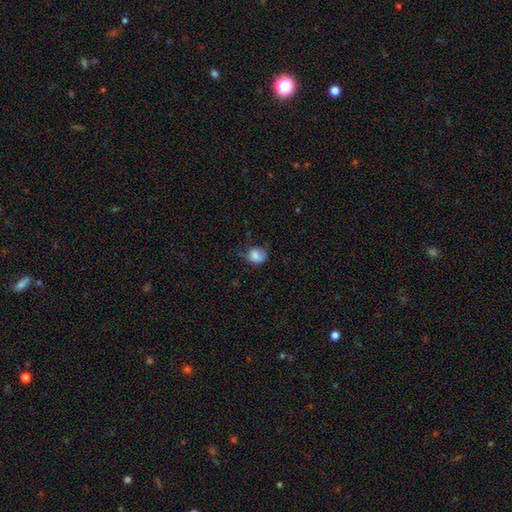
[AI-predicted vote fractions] A smooth galaxy with no disk features (81%) that is round (61%). Merging: none (48%).